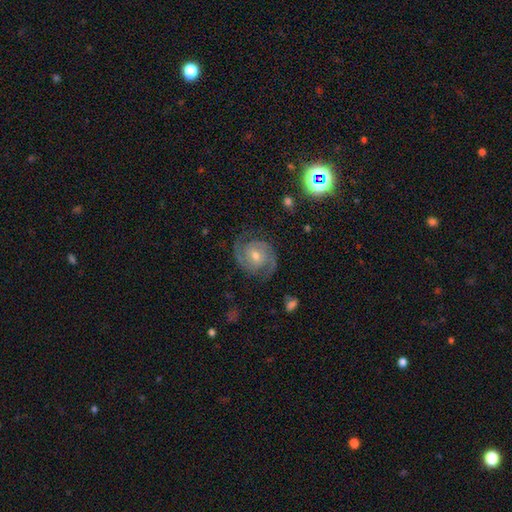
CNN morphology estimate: A featured or disk galaxy (88%) with no bar (56%), 2 (92%) tight (49%) spiral arms (98%) and a moderate central bulge (53%).

Vote fractions:
- Smooth or featured? featured or disk: 88% / star or artifact: 7% / smooth: 5%
- Edge-on disk? no: 98% / yes: 2%
- Bar? no: 56% / weak: 34% / strong: 10%
- Spiral arms? yes: 98% / no: 2%
- Spiral winding? tight: 49% / medium: 43% / loose: 7%
- Spiral arm count? 2: 92% / can't tell: 3% / 3: 2% / 1: 1% / 4: 1% / more than 4: 1%
- Bulge size? moderate: 53% / small: 42% / large: 3% / none: 2% / dominant: 1%
- Merging? none: 83% / minor disturbance: 11% / major disturbance: 4% / merger: 1%